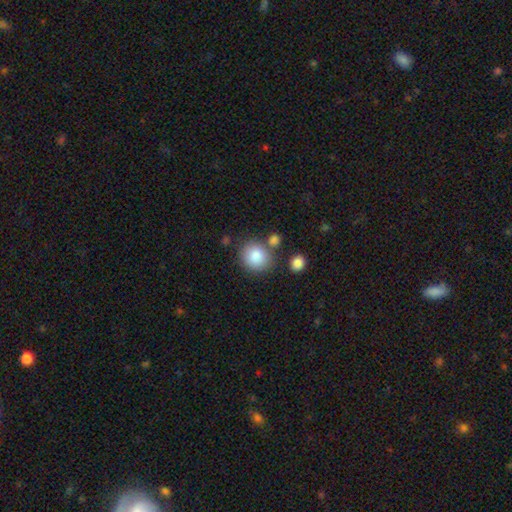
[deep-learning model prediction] Smooth or featured? smooth (86%)
How rounded? round (84%)
Merging? none (71%)